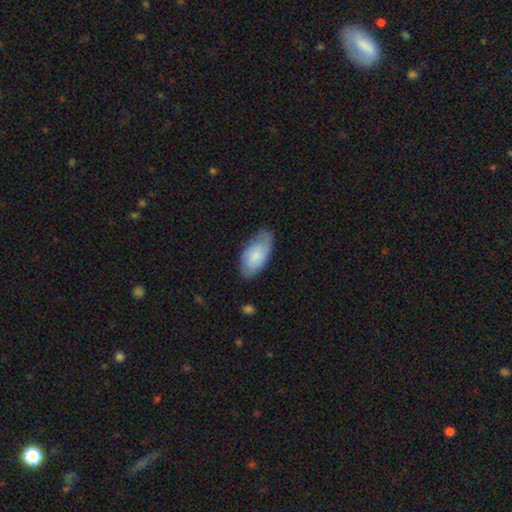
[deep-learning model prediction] A smooth galaxy with no disk features (73%) that is in between round and cigar-shaped (93%).

Vote fractions:
- Smooth or featured? smooth: 73% / featured or disk: 21% / star or artifact: 6%
- How rounded? in between: 93% / cigar-shaped: 5% / round: 2%
- Merging? none: 65% / minor disturbance: 28% / major disturbance: 5% / merger: 2%